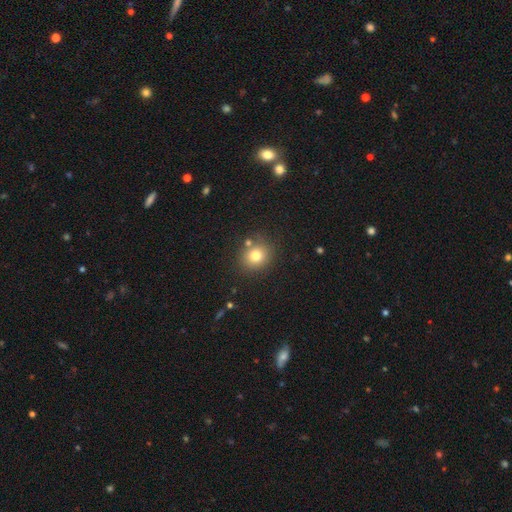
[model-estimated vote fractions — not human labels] Overall: smooth (78%). How rounded: round (78%). Merging: none (79%).